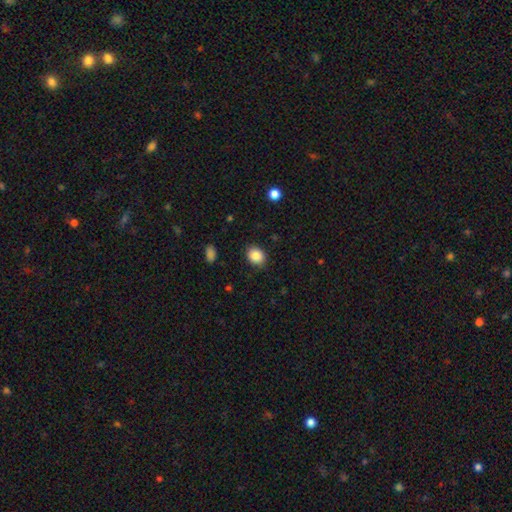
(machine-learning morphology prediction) A smooth galaxy with no disk features (86%) that is round (52%). Merging: none (86%).